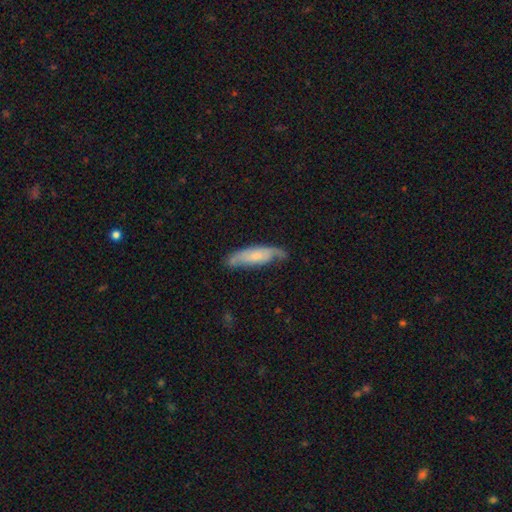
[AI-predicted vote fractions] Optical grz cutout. It shows a featured or disk galaxy (49%). Merging: none (61%).